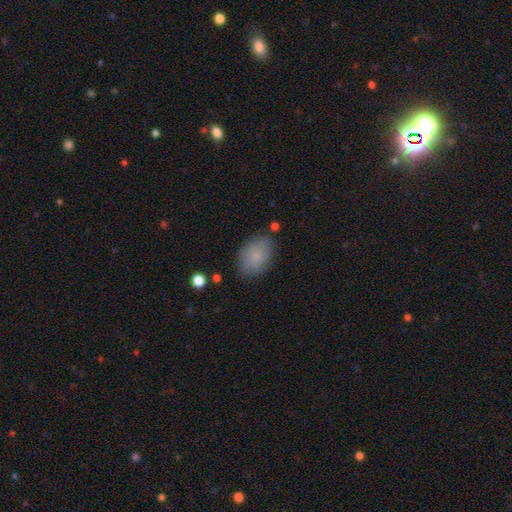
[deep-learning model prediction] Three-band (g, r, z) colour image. It shows a smooth galaxy with no disk features (82%) that is in between round and cigar-shaped (79%). Merging: none (78%).